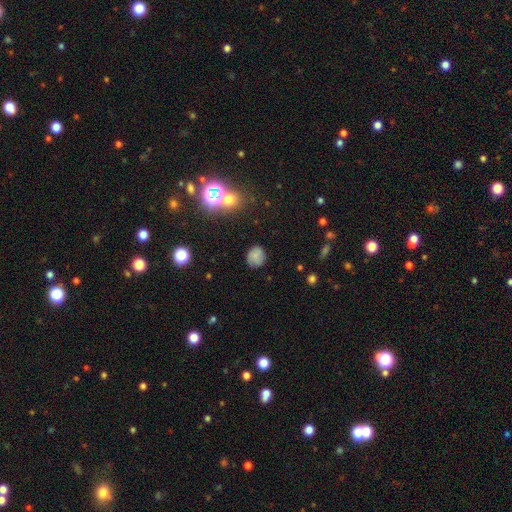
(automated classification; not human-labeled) smooth-or-featured: smooth: 67% | featured or disk: 21% | star or artifact: 13%
  how-rounded: round: 79% | in between: 20% | cigar-shaped: 1%
  merging: none: 78% | minor disturbance: 16% | major disturbance: 4% | merger: 2%